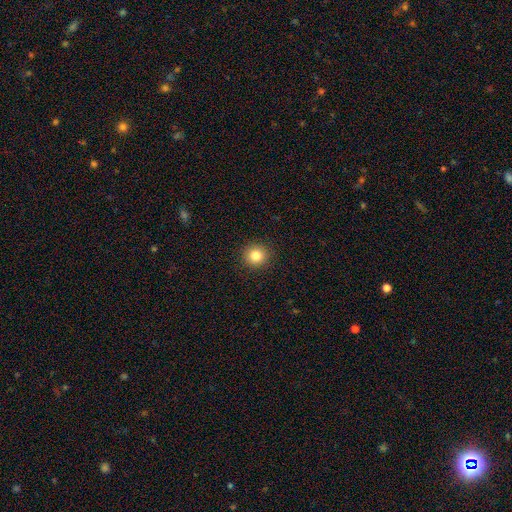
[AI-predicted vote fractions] Morphology: type=smooth (83%); roundness=round (93%); merging=none (92%).